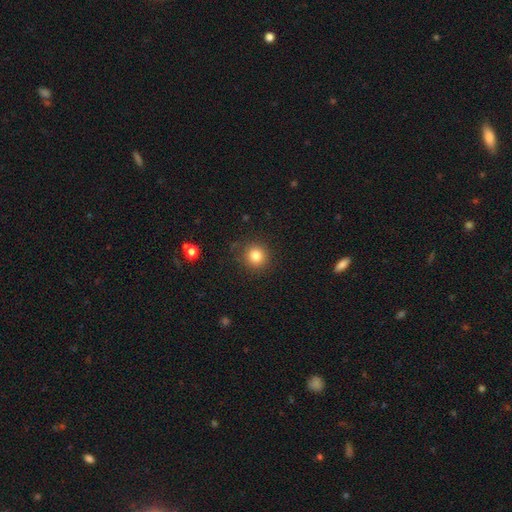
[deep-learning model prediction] smooth 82%, star or artifact 11%, featured or disk 7%. Down the decision tree: how rounded — round (92%); merging — none (87%).